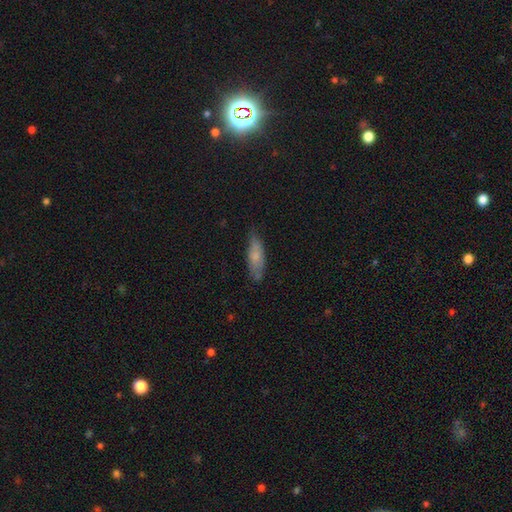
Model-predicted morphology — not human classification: Smooth or featured?
  - smooth: 70% *
  - featured or disk: 23%
  - star or artifact: 7%
How rounded?
  - cigar-shaped: 49% * (tied)
  - in between: 49% * (tied)
  - round: 2%
Merging?
  - none: 70% *
  - minor disturbance: 24%
  - major disturbance: 5%
  - merger: 2%